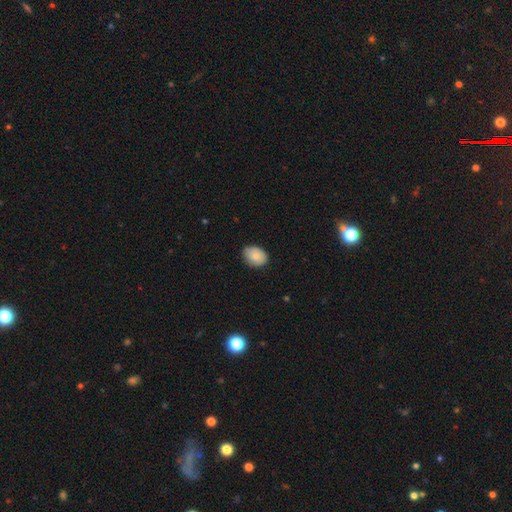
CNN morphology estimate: A smooth galaxy with no disk features (87%) that is in between round and cigar-shaped (66%). Merging: none (81%).